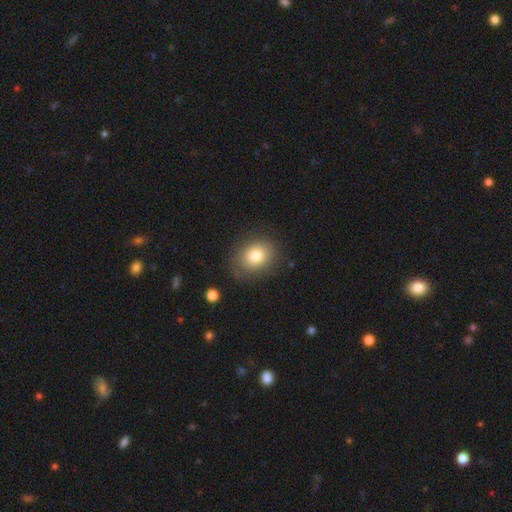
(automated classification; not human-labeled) A smooth galaxy with no disk features (80%) that is round (50%). Merging: none (81%).